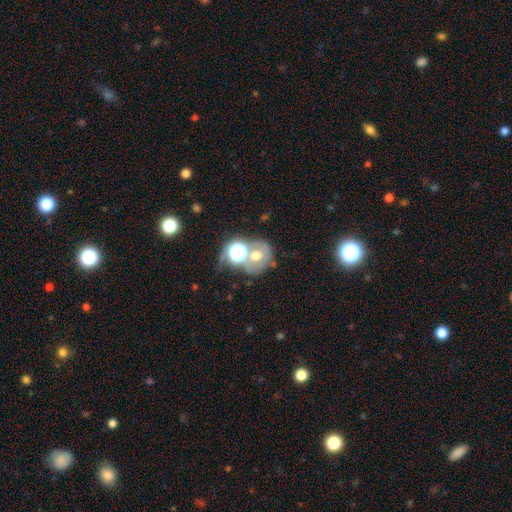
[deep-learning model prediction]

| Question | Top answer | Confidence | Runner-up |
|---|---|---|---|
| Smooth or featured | smooth | 45% | featured or disk (37%) |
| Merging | merger | 39% | none (35%) |